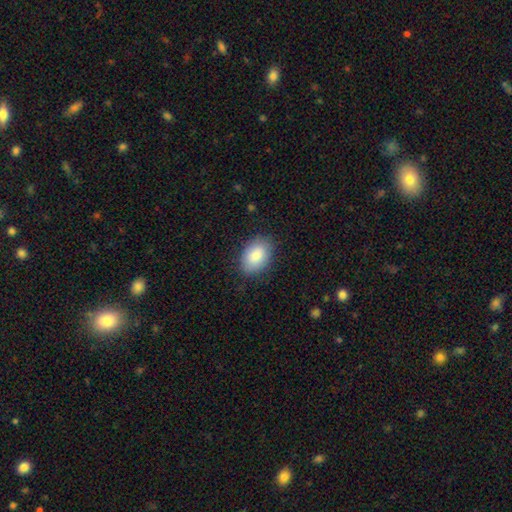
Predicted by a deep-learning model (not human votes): A smooth galaxy with no disk features (86%) that is in between round and cigar-shaped (87%). Merging: none (83%).